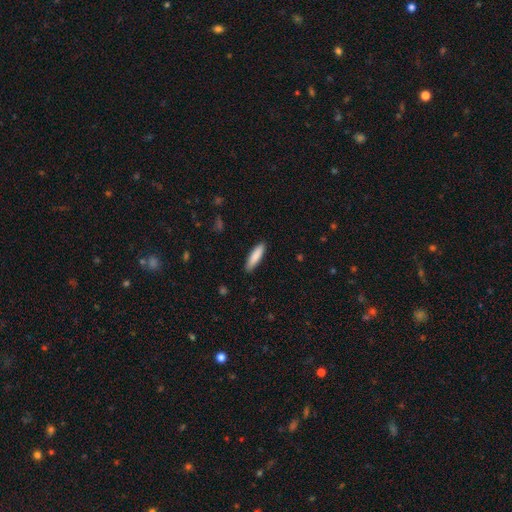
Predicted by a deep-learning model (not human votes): Smooth or featured? smooth (87%)
How rounded? cigar-shaped (72%)
Merging? none (88%)